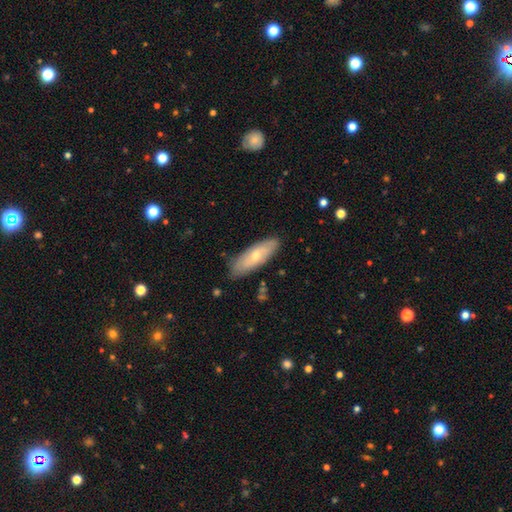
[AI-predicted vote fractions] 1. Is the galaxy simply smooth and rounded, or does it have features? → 56% smooth, 38% featured or disk, 6% star or artifact.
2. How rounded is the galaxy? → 60% in between, 38% cigar-shaped, 2% round.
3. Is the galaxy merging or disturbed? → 83% none, 13% minor disturbance, 2% major disturbance, 1% merger.